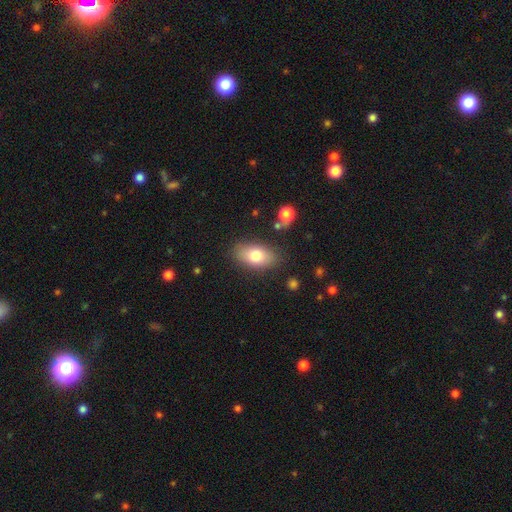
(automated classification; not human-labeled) This is likely a smooth galaxy (77%). How rounded: clearly in between (90%). Merging: clearly none (81%).